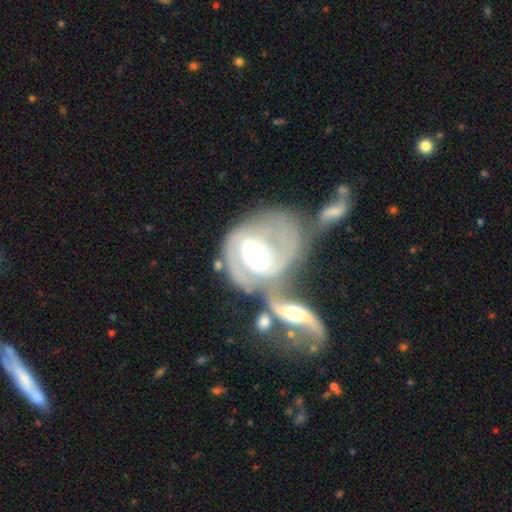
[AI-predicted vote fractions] Smooth or featured?
  - featured or disk: 78% *
  - smooth: 17%
  - star or artifact: 6%
Edge-on disk?
  - no: 96% *
  - yes: 4%
Bar?
  - no: 46% *
  - weak: 35%
  - strong: 20%
Spiral arms?
  - yes: 75% *
  - no: 25%
Spiral winding?
  - tight: 35% *
  - medium: 34%
  - loose: 30%
Spiral arm count?
  - 2: 53% *
  - can't tell: 21%
  - 1: 19%
  - 3: 4%
  - 4: 2%
  - more than 4: 2%
Bulge size?
  - moderate: 62% *
  - large: 26%
  - small: 7%
  - dominant: 3%
  - none: 2%
Merging?
  - merger: 66% *
  - major disturbance: 15%
  - none: 12%
  - minor disturbance: 7%